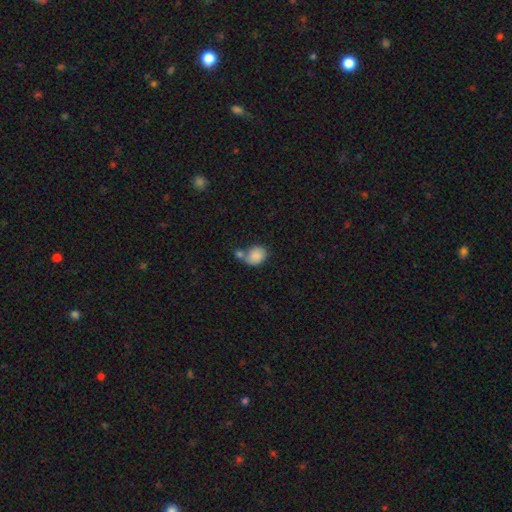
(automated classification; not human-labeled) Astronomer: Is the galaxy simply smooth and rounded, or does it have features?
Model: smooth — 85%.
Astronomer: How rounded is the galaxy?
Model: round — 56% (runner-up: in between, 43%).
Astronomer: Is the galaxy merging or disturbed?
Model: merger — 42% (runner-up: none, 39%).